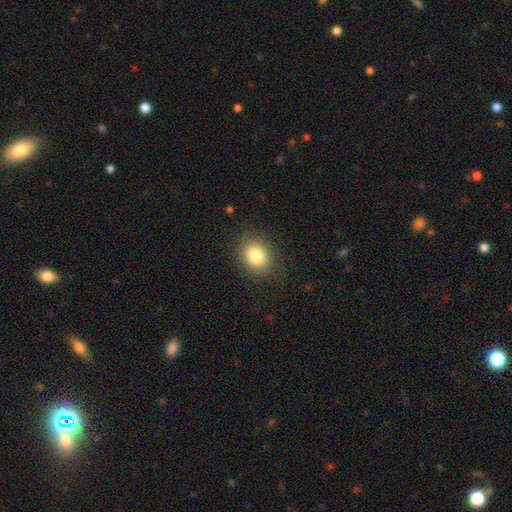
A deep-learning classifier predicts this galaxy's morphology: A smooth galaxy with no disk features (82%) that is round (65%).

Vote fractions:
- Smooth or featured? smooth: 82% / star or artifact: 10% / featured or disk: 7%
- How rounded? round: 65% / in between: 34% / cigar-shaped: 1%
- Merging? none: 86% / minor disturbance: 9% / major disturbance: 3% / merger: 1%